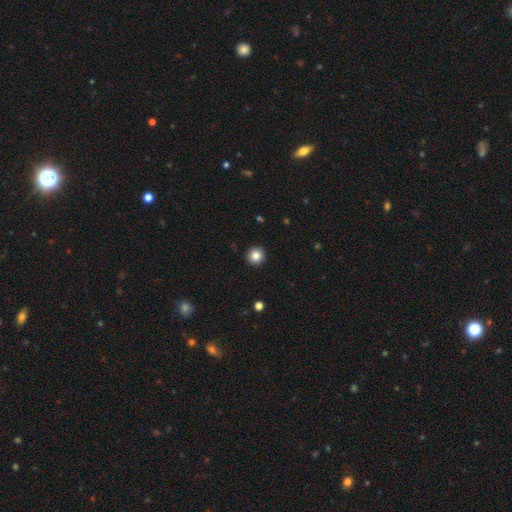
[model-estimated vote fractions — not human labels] smooth 84%, star or artifact 10%, featured or disk 6%. Down the decision tree: how rounded — round (95%); merging — none (93%).